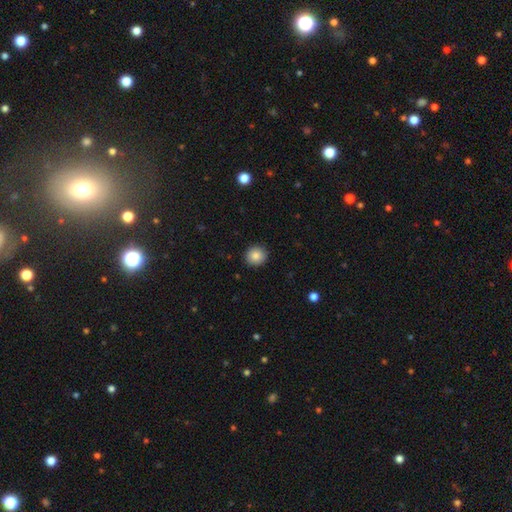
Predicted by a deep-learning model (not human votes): Smooth or featured? smooth (86%)
How rounded? round (92%)
Merging? none (92%)